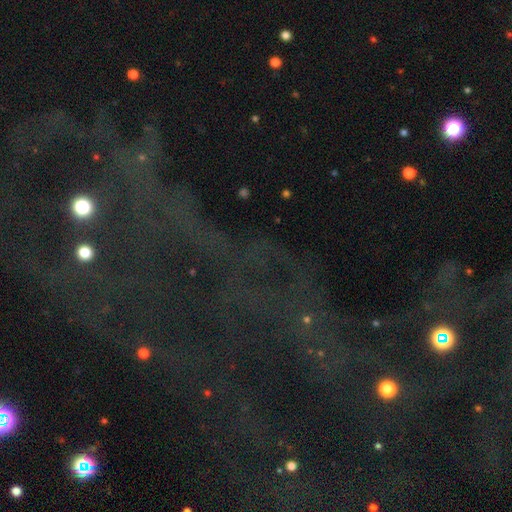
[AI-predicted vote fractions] Smooth or featured? star or artifact (76%)